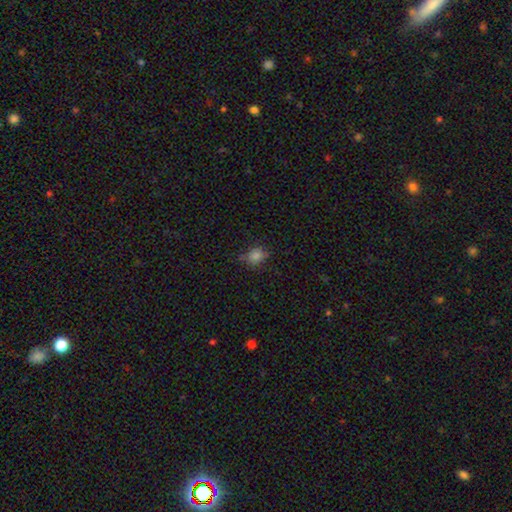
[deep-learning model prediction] Morphology: type=smooth (76%); roundness=round (59%); merging=none (71%).